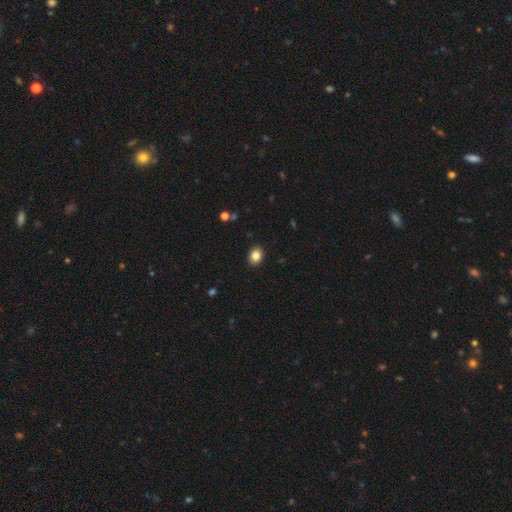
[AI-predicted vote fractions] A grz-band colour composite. It shows a smooth galaxy with no disk features (84%) that is in between round and cigar-shaped (59%). Merging: none (91%).